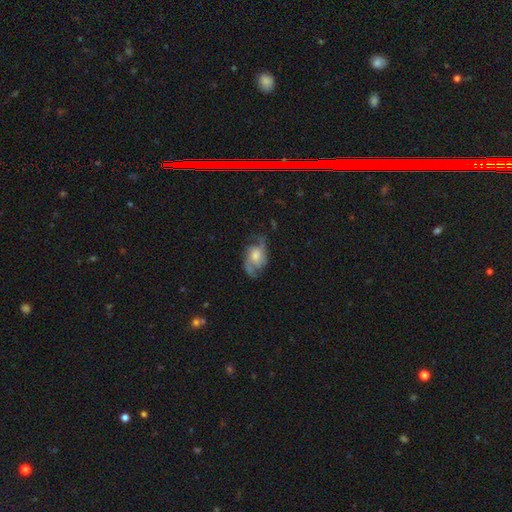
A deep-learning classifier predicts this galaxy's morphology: featured or disk 72%, smooth 22%, star or artifact 7%. Down the decision tree: edge-on disk — no (96%); bar — no (66%); spiral arms — yes (91%); spiral arm count — 2 (68%); spiral winding — medium (46%); bulge size — moderate (50%); merging — none (61%).